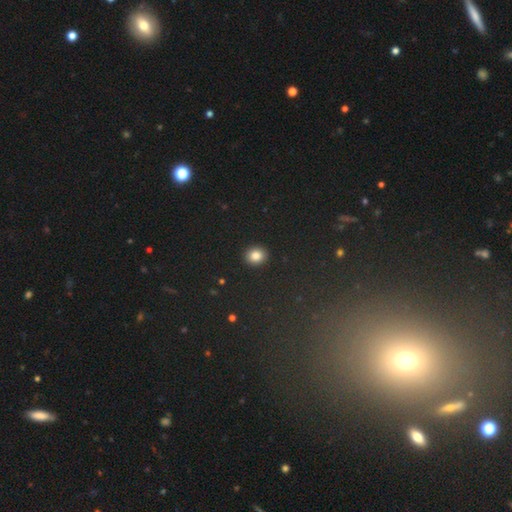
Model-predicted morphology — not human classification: This is clearly a smooth galaxy (84%). How rounded: likely round (69%). Merging: clearly none (92%).